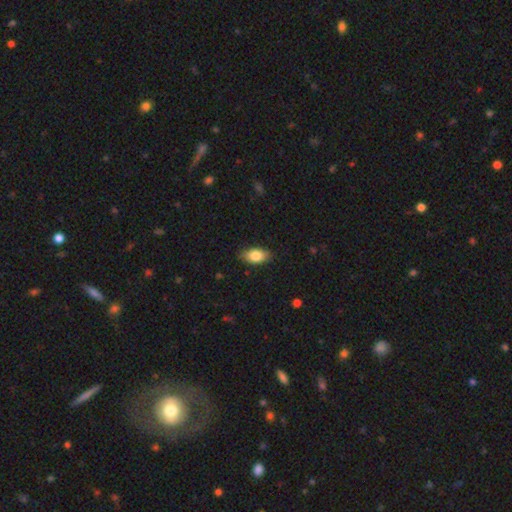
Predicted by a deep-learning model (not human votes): A smooth galaxy with no disk features (83%) that is in between round and cigar-shaped (91%).

Vote fractions:
- Smooth or featured? smooth: 83% / featured or disk: 10% / star or artifact: 7%
- How rounded? in between: 91% / round: 6% / cigar-shaped: 4%
- Merging? none: 85% / minor disturbance: 12% / major disturbance: 2% / merger: 1%